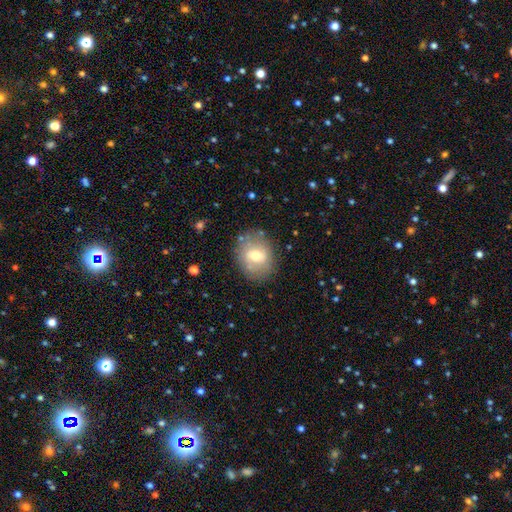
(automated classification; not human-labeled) Morphology: type=smooth (60%); roundness=round (54%); merging=none (78%).